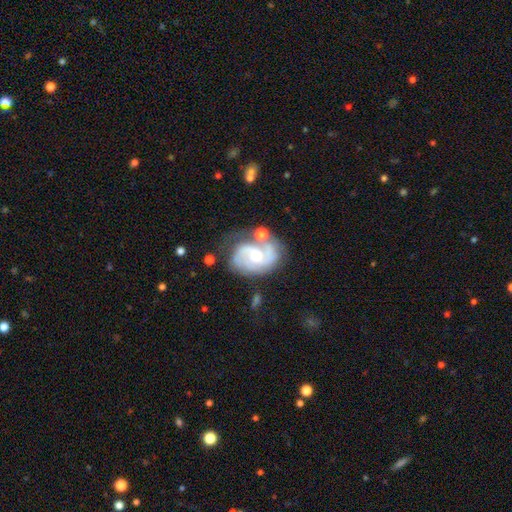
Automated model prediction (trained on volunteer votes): A featured or disk galaxy (85%) with no bar (58%), 2 (59%) medium (47%) spiral arms (96%) and a moderate central bulge (59%).

Vote fractions:
- Smooth or featured? featured or disk: 85% / smooth: 10% / star or artifact: 5%
- Edge-on disk? no: 97% / yes: 3%
- Bar? no: 58% / weak: 36% / strong: 7%
- Spiral arms? yes: 96% / no: 4%
- Spiral winding? medium: 47% / tight: 40% / loose: 13%
- Spiral arm count? 2: 59% / 3: 22% / can't tell: 11% / 4: 3% / 1: 3% / more than 4: 2%
- Bulge size? moderate: 59% / small: 34% / large: 4% / none: 2% / dominant: 1%
- Merging? none: 59% / minor disturbance: 20% / merger: 11% / major disturbance: 10%